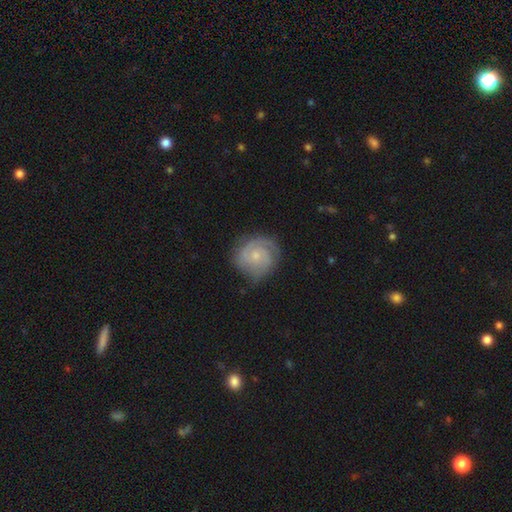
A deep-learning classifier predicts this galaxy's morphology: type=featured or disk (78%); edge-on=no (98%); bar=no (74%); spiral arms=yes (96%); winding=tight (66%); arm count=2 (48%); bulge=small (68%); merging=none (73%).